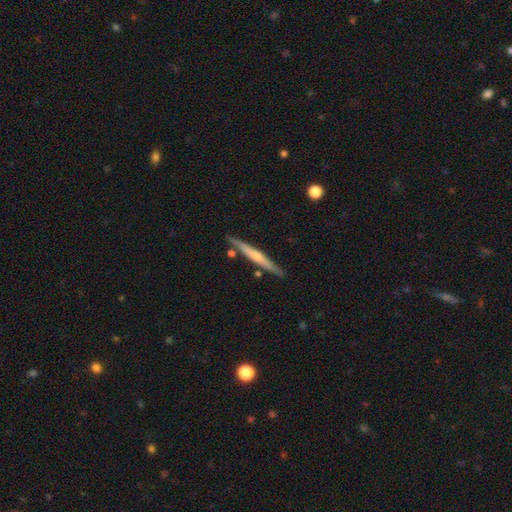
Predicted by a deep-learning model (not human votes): Smooth or featured: featured or disk — 61% (smooth — 33%)
Edge-on disk: yes — 97% (no — 3%)
Edge-on bulge: rounded — 61% (none — 31%)
Merging: none — 84% (minor disturbance — 10%)